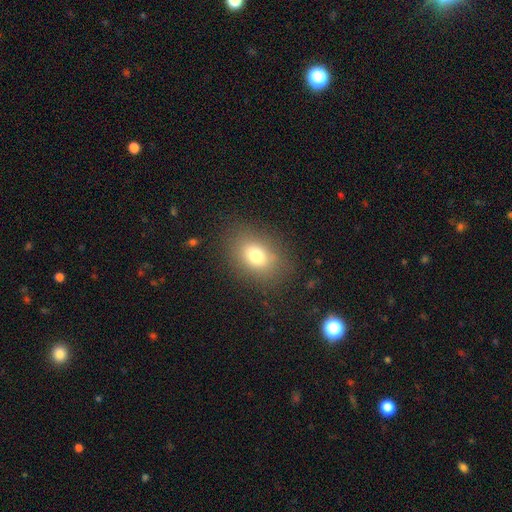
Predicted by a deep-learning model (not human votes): This is likely a smooth galaxy (76%). How rounded: likely in between (69%). Merging: clearly none (82%).